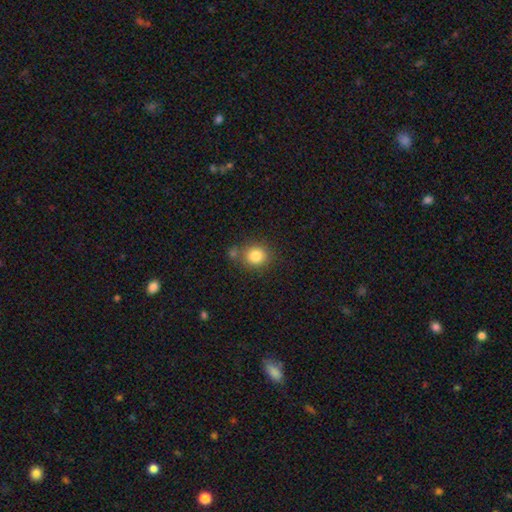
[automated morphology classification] The model was most divided on "merging": none: 70%, minor disturbance: 13%, merger: 13%, major disturbance: 4%. More confident: smooth or featured — smooth (84%); how rounded — round (79%).